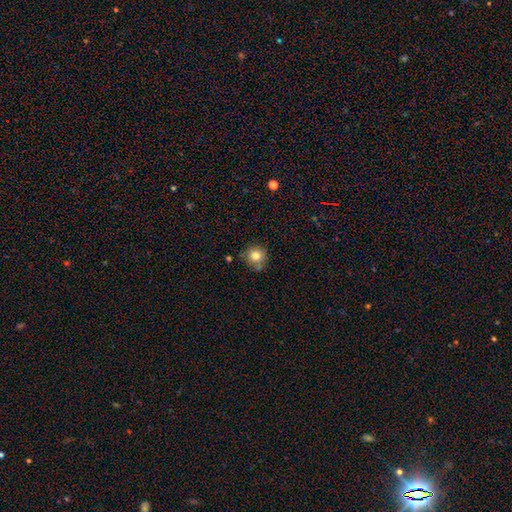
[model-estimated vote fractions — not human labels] This appears to be a smooth galaxy with no disk features (80%) that is round (92%). Merging: none (74%).